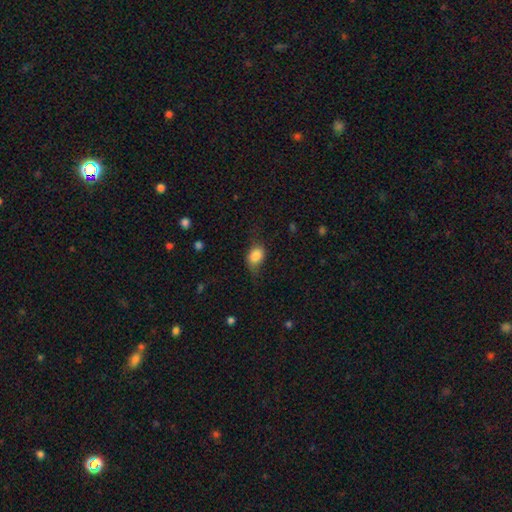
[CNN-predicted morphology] A smooth galaxy with no disk features (80%) that is in between round and cigar-shaped (71%). Merging: none (53%).